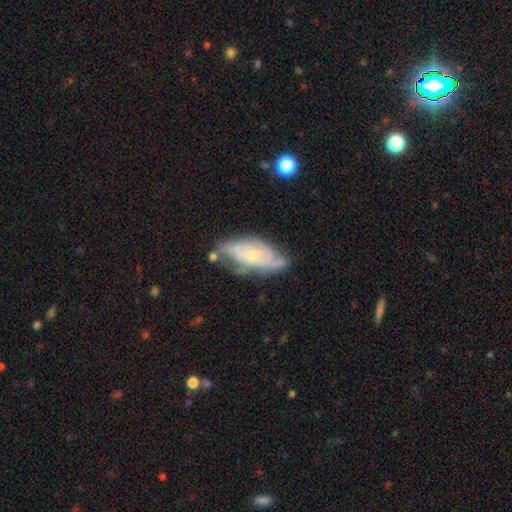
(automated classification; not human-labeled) Smooth or featured? Predicted: featured or disk (p=0.64). Edge-on disk? Predicted: no (p=0.83). Bar? Predicted: no (p=0.73). Spiral arms? Predicted: yes (p=0.75). Bulge size? Predicted: small (p=0.66). Merging? Predicted: none (p=0.67).